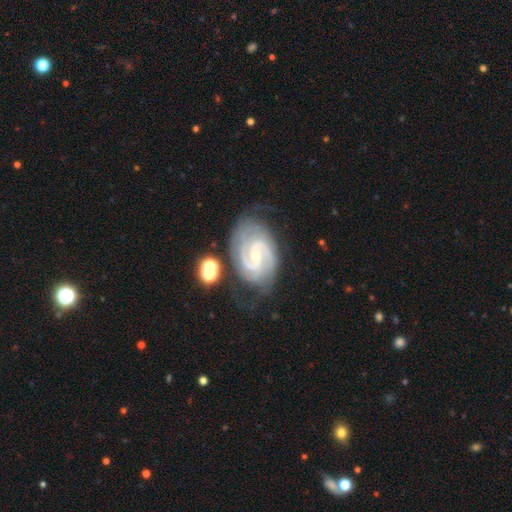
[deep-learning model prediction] Morphology: type=featured or disk (90%); edge-on=no (97%); bar=weak (50%); spiral arms=yes (98%); winding=tight (52%); arm count=2 (72%); bulge=small (70%); merging=none (68%).